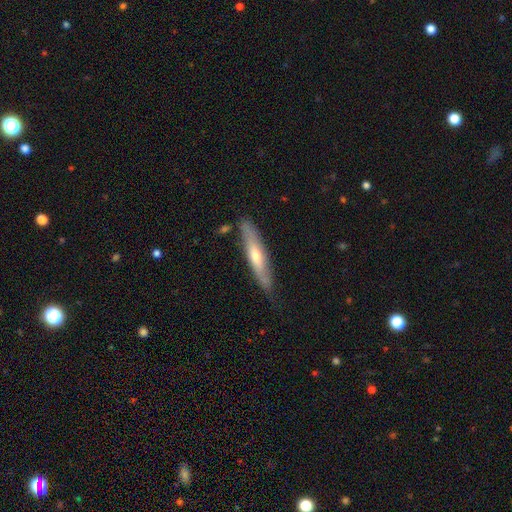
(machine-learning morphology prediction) This appears to be a featured or disk galaxy (48%). Merging: none (76%).